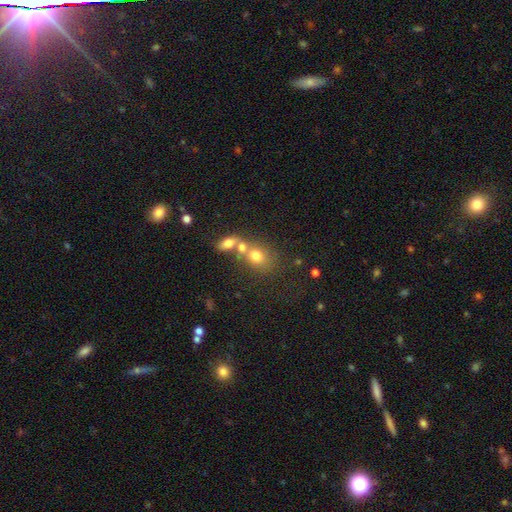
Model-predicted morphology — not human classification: Smooth or featured? smooth (69%)
How rounded? round (54%)
Merging? merger (53%)